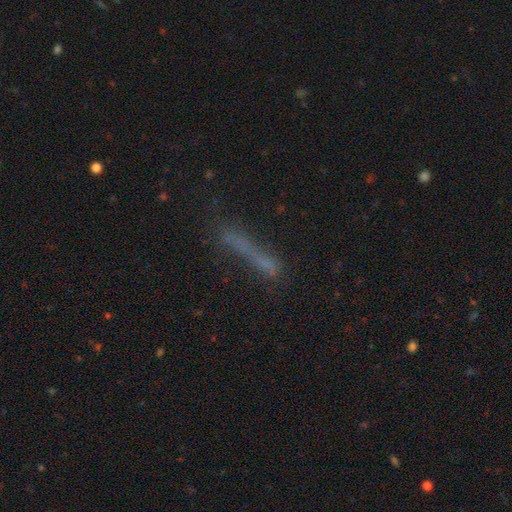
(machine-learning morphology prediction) This is possibly a smooth galaxy (48%). Merging: possibly none (58%).